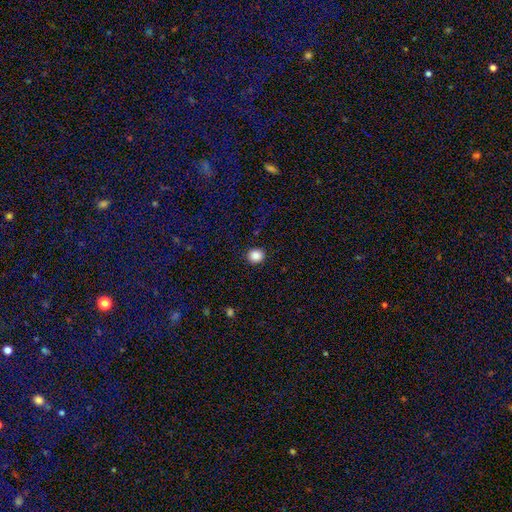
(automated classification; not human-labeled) A smooth galaxy with no disk features (87%) that is round (84%). Merging: none (91%).